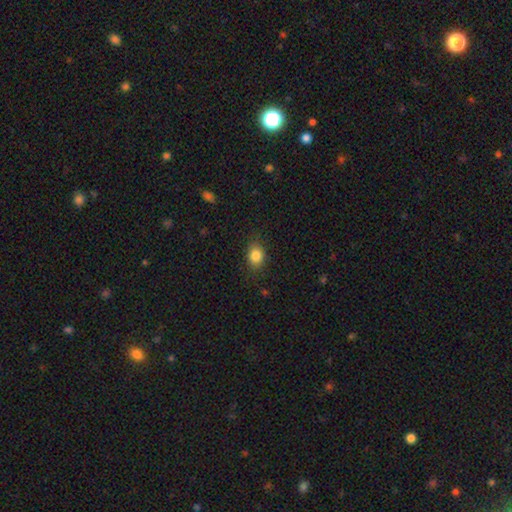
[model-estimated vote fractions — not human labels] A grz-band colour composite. It shows a smooth galaxy with no disk features (85%) that is in between round and cigar-shaped (50%). Merging: none (83%).